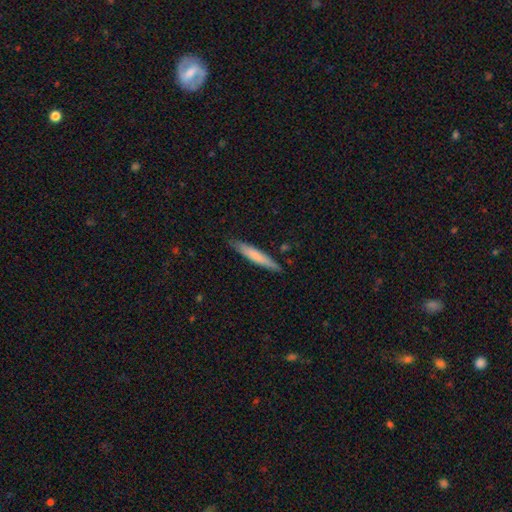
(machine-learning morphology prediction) Overall: smooth (71%). How rounded: cigar-shaped (93%). Merging: none (86%).